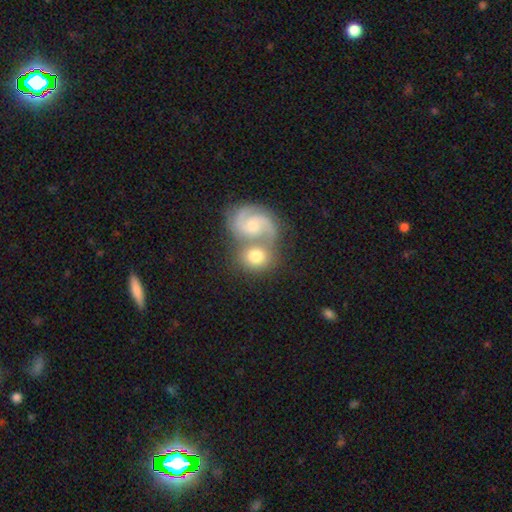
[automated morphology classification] Q: Smooth or featured?
A: featured or disk (51%); runner-up: smooth (41%)
Q: Edge-on disk?
A: no (97%); runner-up: yes (3%)
Q: Merging?
A: merger (51%); runner-up: none (36%)